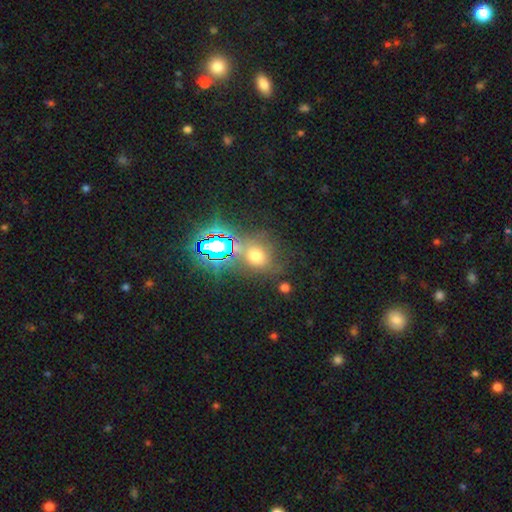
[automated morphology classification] Overall: smooth (51%; star or artifact 37%). How rounded: round (65%; in between 33%). Merging: none (66%).